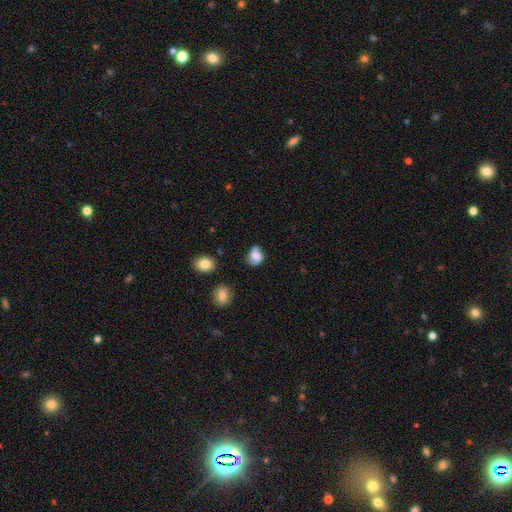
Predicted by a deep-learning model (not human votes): The model was most divided on "how rounded": in between: 51%, round: 47%, cigar-shaped: 1%. More confident: smooth or featured — smooth (68%); merging — none (54%).